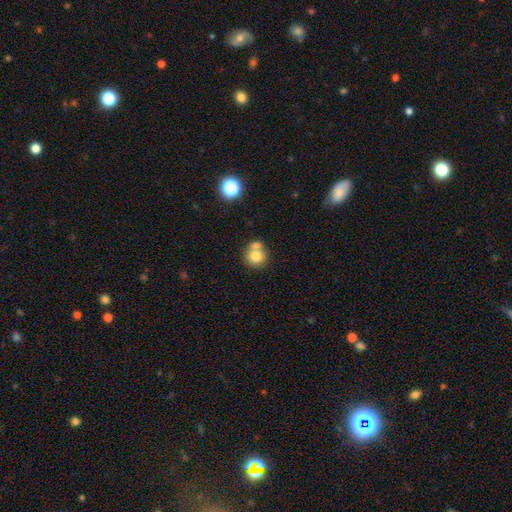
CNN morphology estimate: Smooth or featured: smooth — 77% (featured or disk — 13%)
How rounded: round — 87% (in between — 12%)
Merging: none — 46% (merger — 42%)